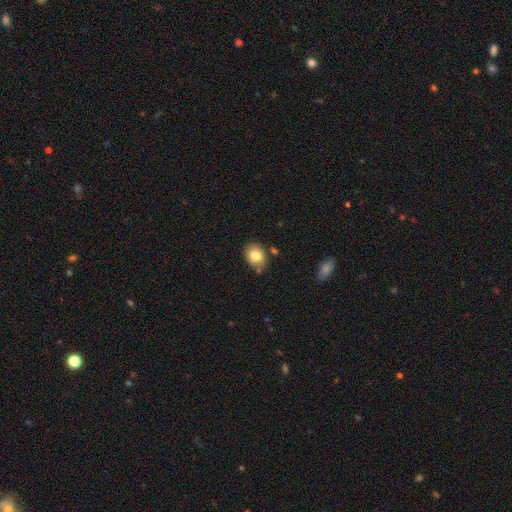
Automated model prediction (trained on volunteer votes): smooth_or_featured: smooth (p=0.80) [alt: featured or disk p=0.11]
how_rounded: in between (p=0.62) [alt: round p=0.37]
merging: none (p=0.75) [alt: minor disturbance p=0.16]